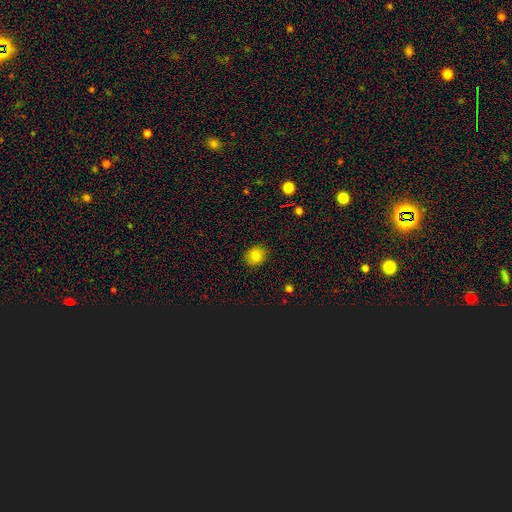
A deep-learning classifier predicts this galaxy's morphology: smooth 80%, star or artifact 11%, featured or disk 8%. Down the decision tree: how rounded — round (72%); merging — none (89%).